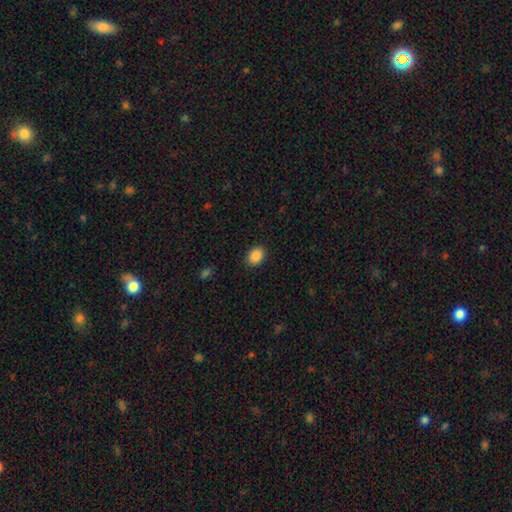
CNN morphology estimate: The model was most divided on "how rounded": in between: 67%, round: 32%, cigar-shaped: 1%. More confident: merging — none (89%); smooth or featured — smooth (89%).